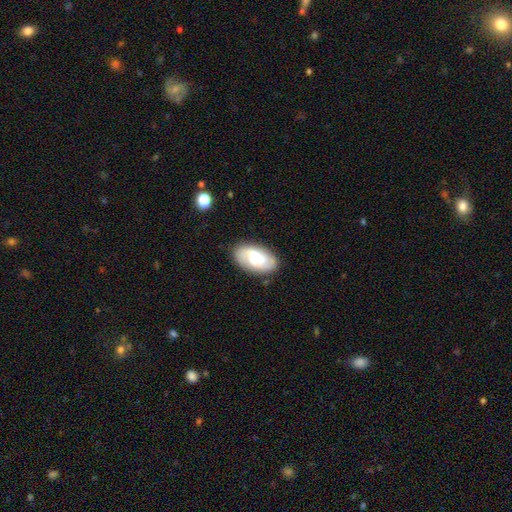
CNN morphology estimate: featured or disk 59%, smooth 34%, star or artifact 7%. Down the decision tree: edge-on disk — no (95%); bar — weak (47%); spiral arms — yes (88%); bulge size — moderate (53%); merging — none (82%).